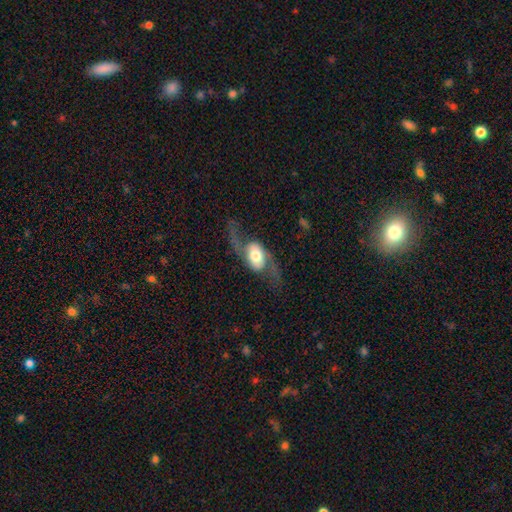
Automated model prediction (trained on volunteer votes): Smooth or featured?
  - featured or disk: 79% *
  - smooth: 15%
  - star or artifact: 6%
Edge-on disk?
  - no: 91% *
  - yes: 9%
Bar?
  - no: 53% *
  - weak: 30%
  - strong: 17%
Spiral arms?
  - yes: 91% *
  - no: 9%
Spiral winding?
  - loose: 78% *
  - medium: 18%
  - tight: 4%
Spiral arm count?
  - 2: 93% *
  - 1: 2%
  - can't tell: 2%
  - 3: 1%
  - 4: 1%
  - more than 4: 1%
Bulge size?
  - moderate: 50% *
  - large: 34%
  - small: 8%
  - dominant: 7%
  - none: 1%
Merging?
  - none: 65% *
  - major disturbance: 18%
  - minor disturbance: 15%
  - merger: 2%